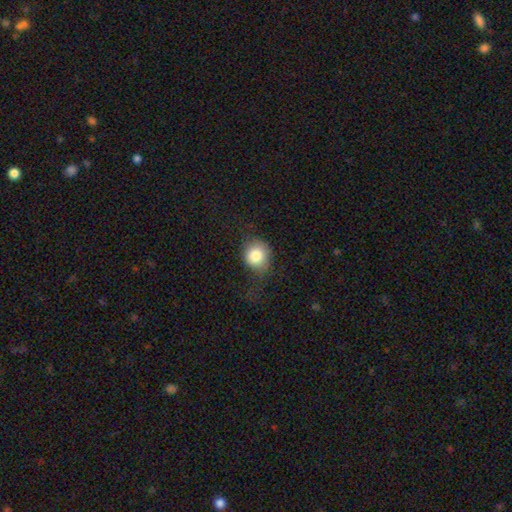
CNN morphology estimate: This is clearly a smooth galaxy (82%). How rounded: clearly round (80%). Merging: likely none (61%).